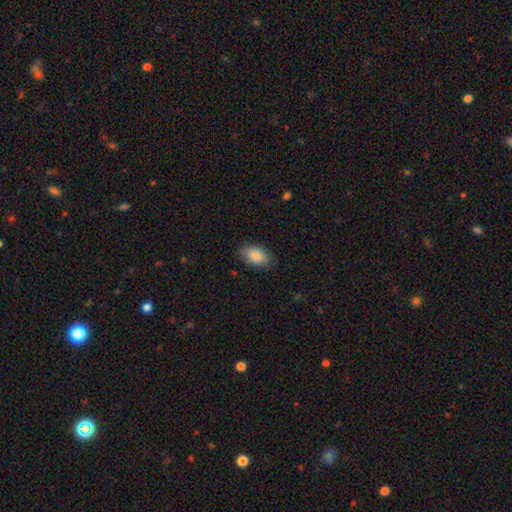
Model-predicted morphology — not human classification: smooth_or_featured: smooth (p=0.88) [alt: star or artifact p=0.07]
how_rounded: in between (p=0.93) [alt: round p=0.05]
merging: none (p=0.84) [alt: minor disturbance p=0.12]